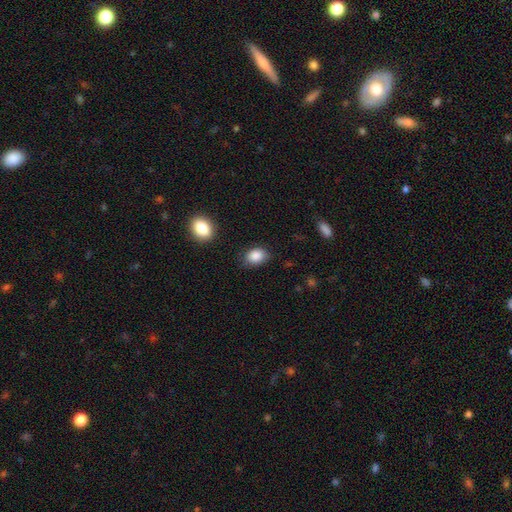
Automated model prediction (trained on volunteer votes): smooth_or_featured: smooth (p=0.87) [alt: star or artifact p=0.08]
how_rounded: in between (p=0.72) [alt: round p=0.27]
merging: none (p=0.72) [alt: minor disturbance p=0.21]